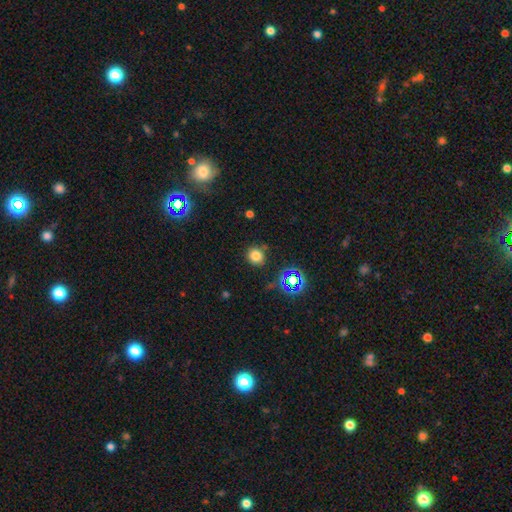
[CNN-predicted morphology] Smooth or featured?
  - smooth: 74% *
  - star or artifact: 20%
  - featured or disk: 6%
How rounded?
  - round: 87% *
  - in between: 12%
  - cigar-shaped: 1%
Merging?
  - none: 80% *
  - minor disturbance: 11%
  - merger: 4%
  - major disturbance: 4%